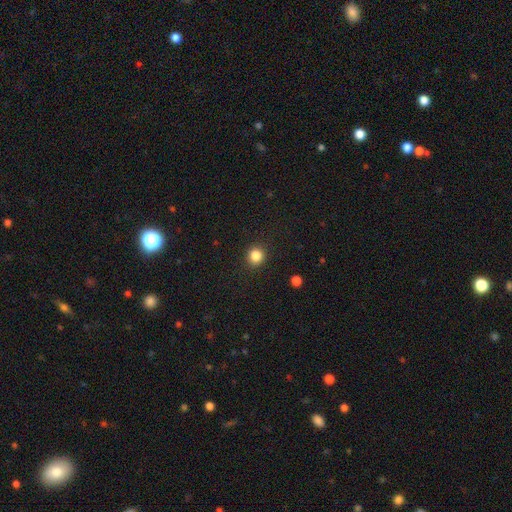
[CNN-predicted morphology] This is clearly a smooth galaxy (84%). How rounded: clearly round (90%). Merging: clearly none (90%).